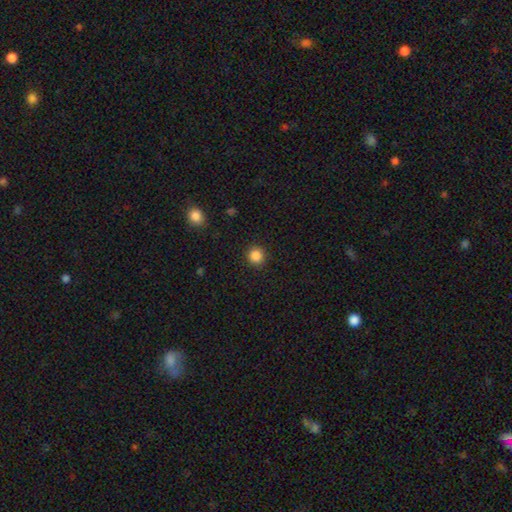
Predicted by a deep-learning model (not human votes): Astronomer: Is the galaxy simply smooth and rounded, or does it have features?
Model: smooth — 86%.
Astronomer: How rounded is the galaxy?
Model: round — 92%.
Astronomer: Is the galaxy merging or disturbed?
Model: none — 91%.